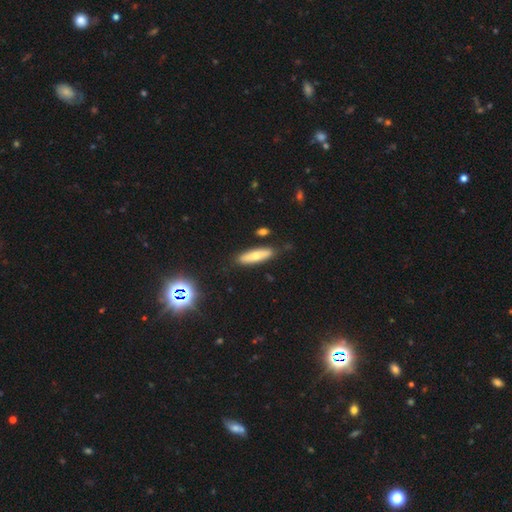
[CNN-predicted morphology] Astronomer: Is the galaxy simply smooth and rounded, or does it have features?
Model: smooth — 60%.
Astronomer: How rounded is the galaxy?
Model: cigar-shaped — 61% (runner-up: in between, 37%).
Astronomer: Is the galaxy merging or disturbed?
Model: none — 83%.